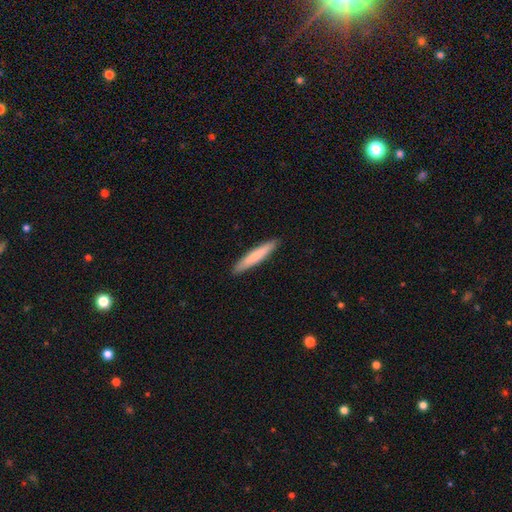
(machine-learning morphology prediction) Q: Smooth or featured?
A: smooth (77%); runner-up: featured or disk (18%)
Q: How rounded?
A: cigar-shaped (93%); runner-up: in between (5%)
Q: Merging?
A: none (91%); runner-up: minor disturbance (6%)